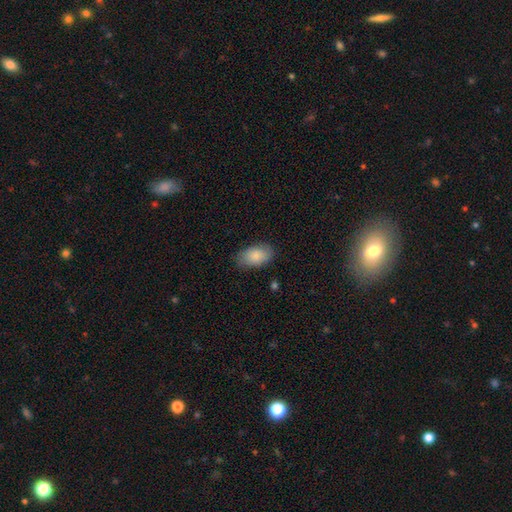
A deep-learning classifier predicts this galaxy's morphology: Smooth or featured? smooth (87%)
How rounded? in between (93%)
Merging? none (81%)